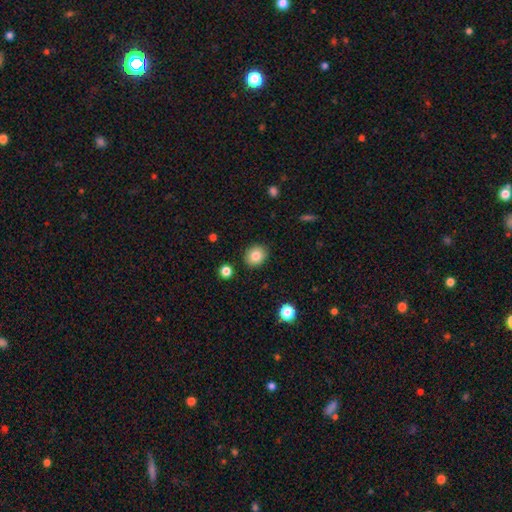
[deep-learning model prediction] Morphology: type=smooth (83%); roundness=round (69%); merging=none (89%).